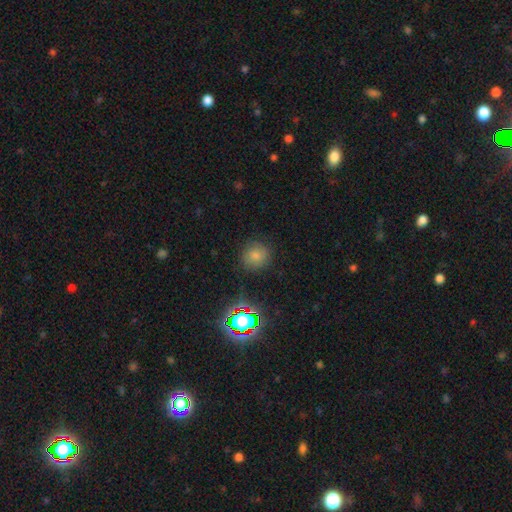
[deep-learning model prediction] Smooth or featured?
  - smooth: 64% *
  - star or artifact: 20%
  - featured or disk: 17%
How rounded?
  - round: 88% *
  - in between: 11%
  - cigar-shaped: 1%
Merging?
  - none: 78% *
  - minor disturbance: 15%
  - major disturbance: 5%
  - merger: 2%